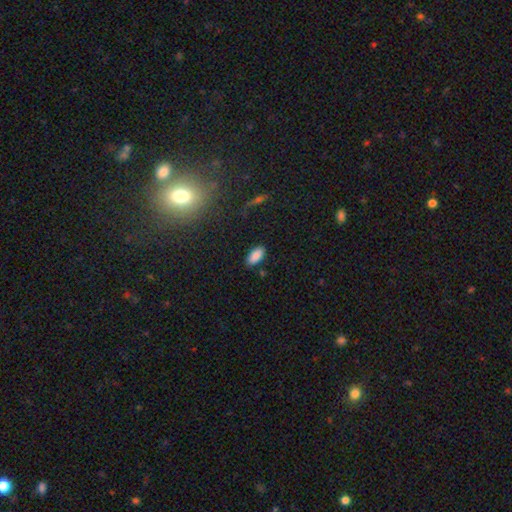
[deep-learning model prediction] smooth 87%, star or artifact 9%, featured or disk 5%. Down the decision tree: how rounded — in between (93%); merging — none (85%).